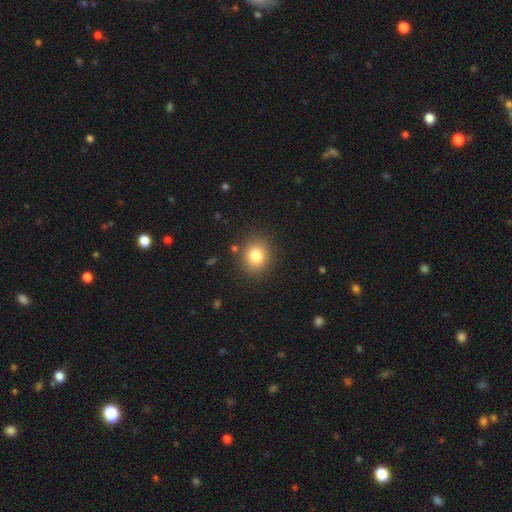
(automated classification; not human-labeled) Morphology: type=smooth (81%); roundness=round (70%); merging=none (87%).